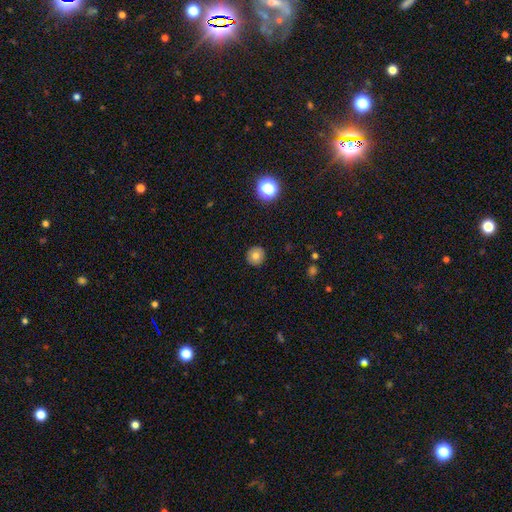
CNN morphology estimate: Smooth or featured: smooth — 76% (star or artifact — 12%)
How rounded: round — 94% (in between — 5%)
Merging: none — 91% (minor disturbance — 6%)